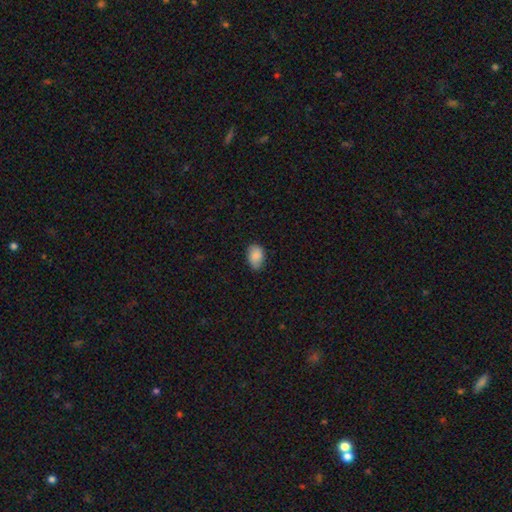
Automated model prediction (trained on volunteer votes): This appears to be a smooth galaxy with no disk features (85%) that is in between round and cigar-shaped (85%). Merging: none (76%).